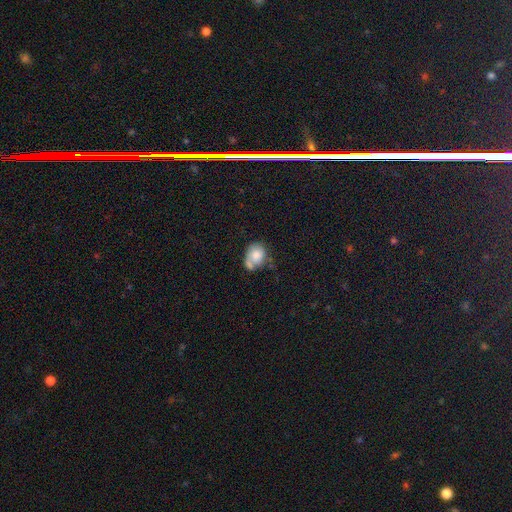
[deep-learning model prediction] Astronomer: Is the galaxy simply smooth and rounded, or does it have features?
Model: smooth — 72%.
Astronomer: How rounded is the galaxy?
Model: in between — 51% (runner-up: round, 47%).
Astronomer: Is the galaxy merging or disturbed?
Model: none — 34% (runner-up: merger, 31%).